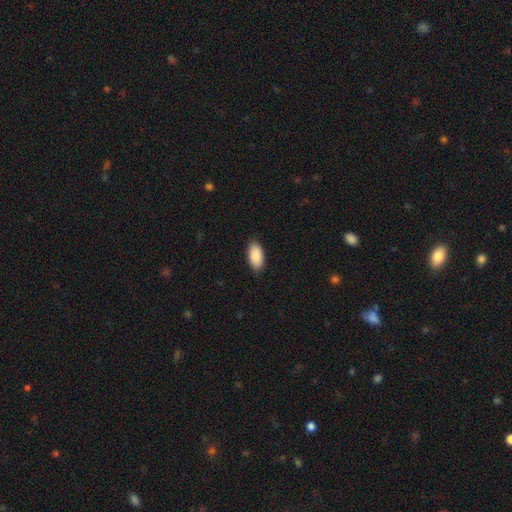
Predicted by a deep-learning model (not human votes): Q: Smooth or featured?
A: smooth (90%); runner-up: star or artifact (6%)
Q: How rounded?
A: in between (94%); runner-up: cigar-shaped (4%)
Q: Merging?
A: none (89%); runner-up: minor disturbance (9%)